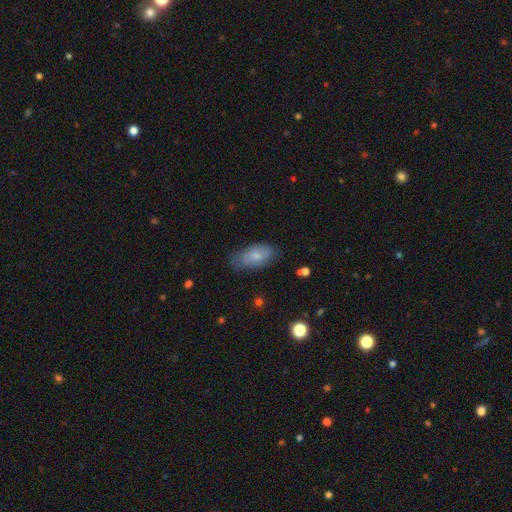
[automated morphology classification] Q: Smooth or featured?
A: smooth (70%); runner-up: featured or disk (23%)
Q: How rounded?
A: in between (92%); runner-up: cigar-shaped (5%)
Q: Merging?
A: none (67%); runner-up: minor disturbance (25%)